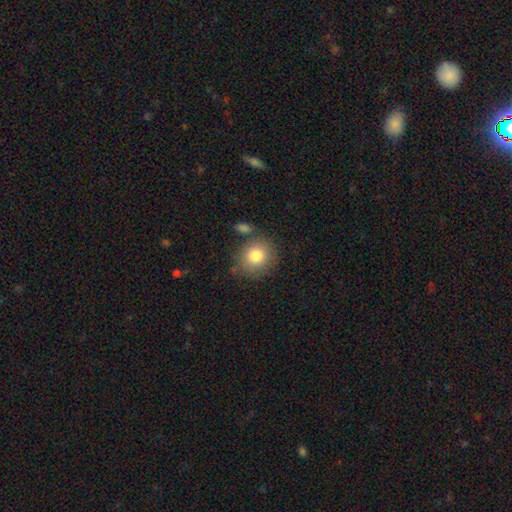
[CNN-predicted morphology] This appears to be a smooth galaxy with no disk features (81%) that is round (81%). Merging: none (74%).